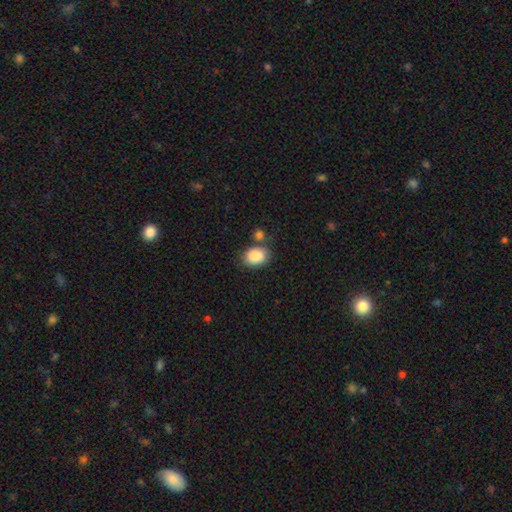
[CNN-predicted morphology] Overall: smooth (88%). How rounded: in between (70%). Merging: none (65%).